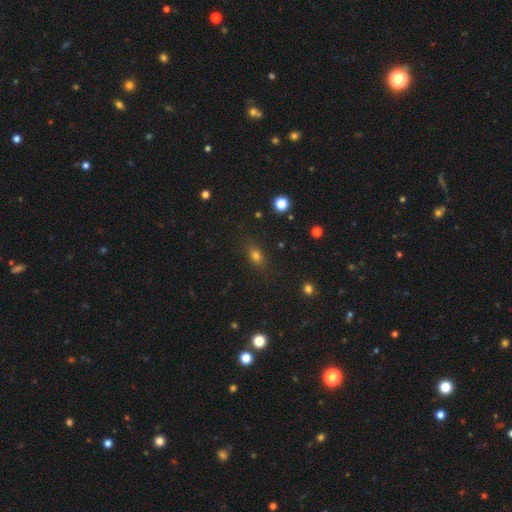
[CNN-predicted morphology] Smooth or featured?
  - smooth: 73% *
  - star or artifact: 17%
  - featured or disk: 10%
How rounded?
  - in between: 68% *
  - round: 24%
  - cigar-shaped: 8%
Merging?
  - none: 82% *
  - minor disturbance: 12%
  - major disturbance: 4%
  - merger: 2%